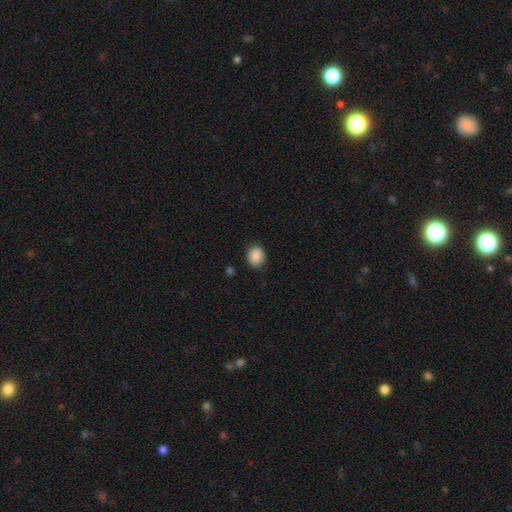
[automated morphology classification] Smooth or featured? smooth (88%)
How rounded? round (64%)
Merging? none (85%)